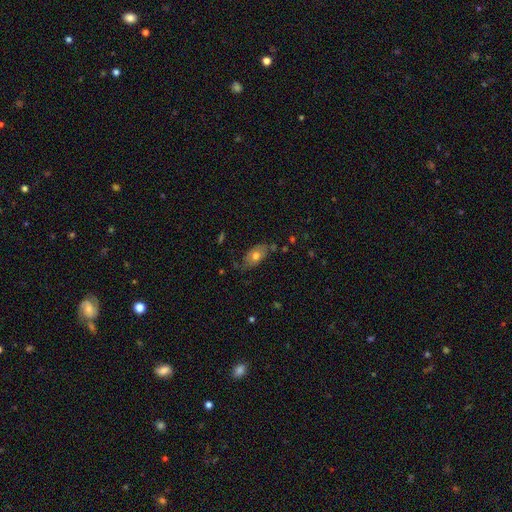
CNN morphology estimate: smooth-or-featured: smooth: 61% | featured or disk: 31% | star or artifact: 8%
  how-rounded: in between: 89% | round: 7% | cigar-shaped: 5%
  merging: none: 62% | minor disturbance: 27% | major disturbance: 7% | merger: 4%